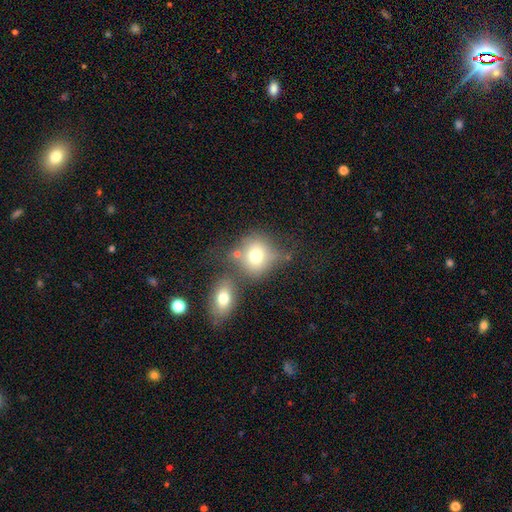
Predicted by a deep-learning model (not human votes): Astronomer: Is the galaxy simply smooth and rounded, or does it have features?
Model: smooth — 71%.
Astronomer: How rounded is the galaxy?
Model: round — 78%.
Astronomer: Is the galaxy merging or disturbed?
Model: none — 46% (runner-up: merger, 30%).